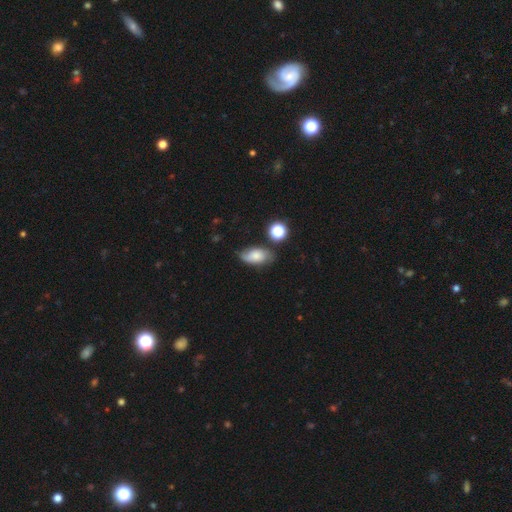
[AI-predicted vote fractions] smooth 65%, featured or disk 24%, star or artifact 11%. Down the decision tree: how rounded — in between (88%); merging — none (67%).